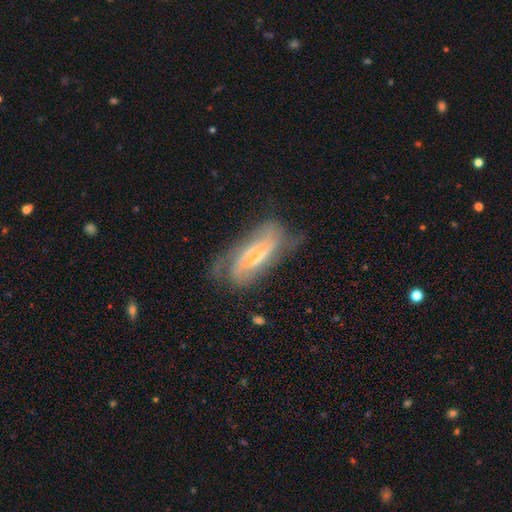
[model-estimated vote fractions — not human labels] Smooth or featured? featured or disk (75%)
Edge-on disk? no (83%)
Bar? weak (46%)
Spiral arms? yes (85%)
Spiral winding? medium (41%)
Spiral arm count? 2 (48%)
Bulge size? small (55%)
Merging? none (58%)